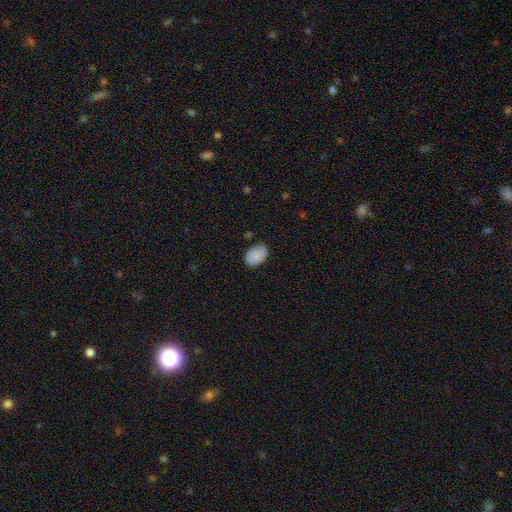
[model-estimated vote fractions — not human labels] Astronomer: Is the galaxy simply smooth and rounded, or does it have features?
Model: smooth — 85%.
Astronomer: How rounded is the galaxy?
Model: in between — 85%.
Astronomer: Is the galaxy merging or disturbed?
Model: none — 73%.